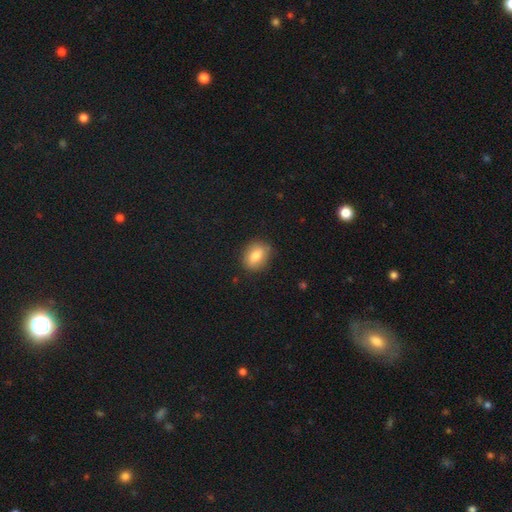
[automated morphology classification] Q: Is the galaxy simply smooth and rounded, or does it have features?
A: smooth — 80%.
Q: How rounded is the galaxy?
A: in between — 65%.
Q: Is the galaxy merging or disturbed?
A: none — 80%.